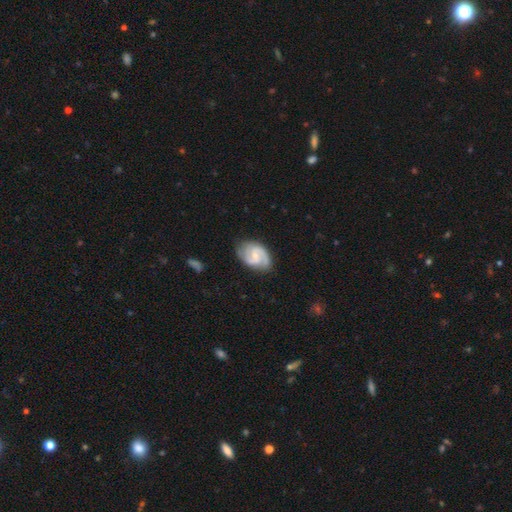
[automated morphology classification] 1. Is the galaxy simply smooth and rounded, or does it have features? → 83% featured or disk, 12% smooth, 5% star or artifact.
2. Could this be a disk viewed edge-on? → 98% no, 2% yes.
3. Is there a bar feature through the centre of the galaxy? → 49% weak, 42% no, 9% strong.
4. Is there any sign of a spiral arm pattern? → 96% yes, 4% no.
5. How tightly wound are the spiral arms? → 50% medium, 35% tight, 15% loose.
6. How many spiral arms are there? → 84% 2, 6% can't tell, 5% 3, 2% 1, 1% 4, 1% more than 4.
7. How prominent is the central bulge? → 58% small, 37% moderate, 3% none, 1% large, 1% dominant.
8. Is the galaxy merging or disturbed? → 76% none, 18% minor disturbance, 5% major disturbance, 1% merger.